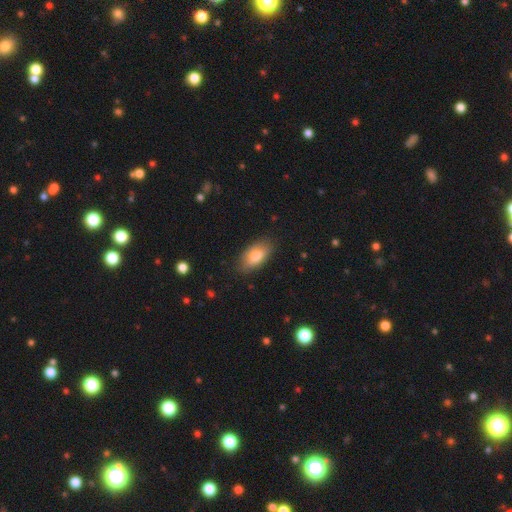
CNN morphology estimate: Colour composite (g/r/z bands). It shows a smooth galaxy with no disk features (79%) that is in between round and cigar-shaped (90%). Merging: none (82%).